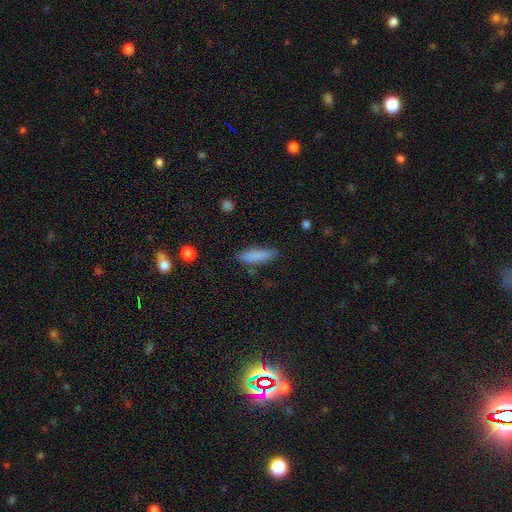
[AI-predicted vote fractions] Morphology: type=smooth (85%); roundness=cigar-shaped (63%); merging=none (83%).